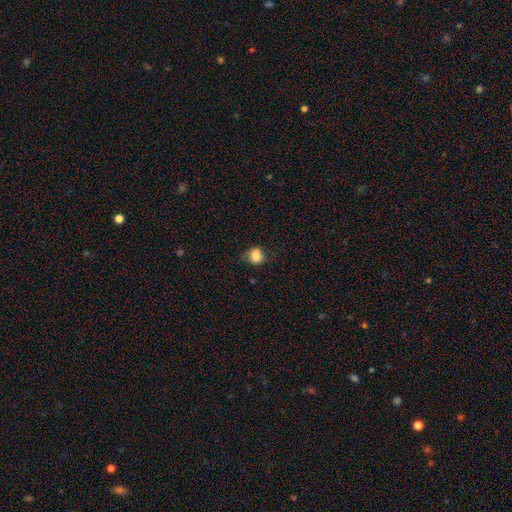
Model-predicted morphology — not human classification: smooth-or-featured: smooth: 81% | star or artifact: 11% | featured or disk: 9%
  how-rounded: round: 74% | in between: 25% | cigar-shaped: 1%
  merging: none: 73% | minor disturbance: 20% | major disturbance: 5% | merger: 2%